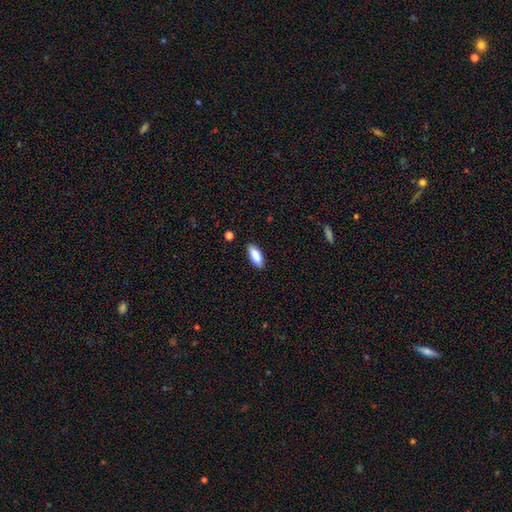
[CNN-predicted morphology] The model was most divided on "how rounded": in between: 81%, cigar-shaped: 17%, round: 2%. More confident: smooth or featured — smooth (89%); merging — none (88%).